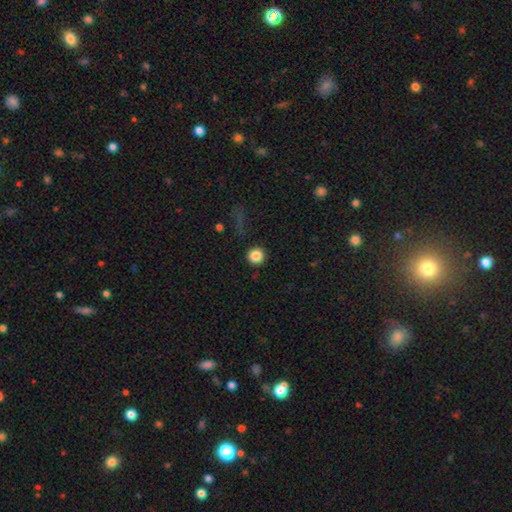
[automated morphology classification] A smooth galaxy with no disk features (85%) that is round (95%). Merging: none (90%).